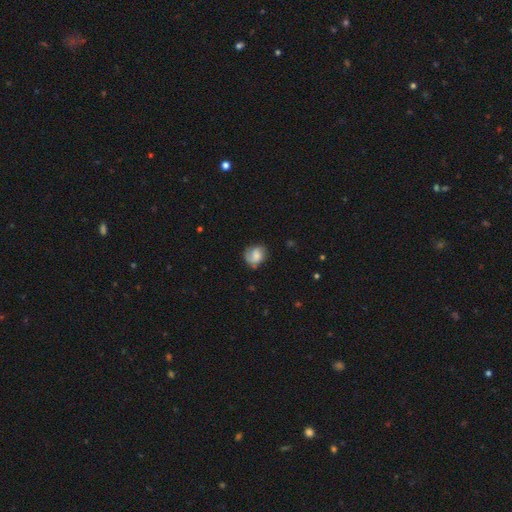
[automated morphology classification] This appears to be a smooth galaxy with no disk features (57%) that is round (62%). Merging: none (56%).